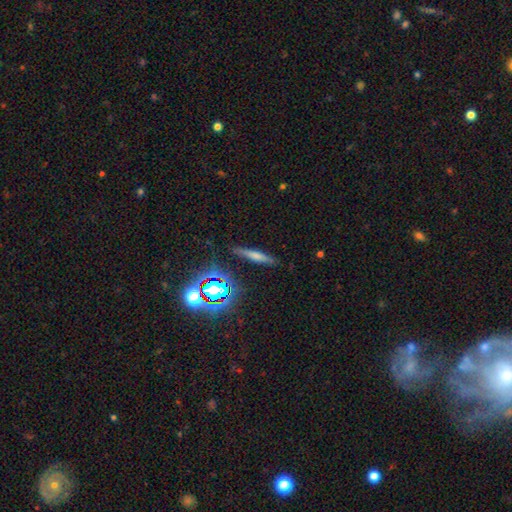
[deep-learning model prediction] smooth_or_featured: smooth (p=0.55) [alt: featured or disk p=0.28]
how_rounded: cigar-shaped (p=0.87) [alt: in between p=0.10]
merging: none (p=0.84) [alt: minor disturbance p=0.11]